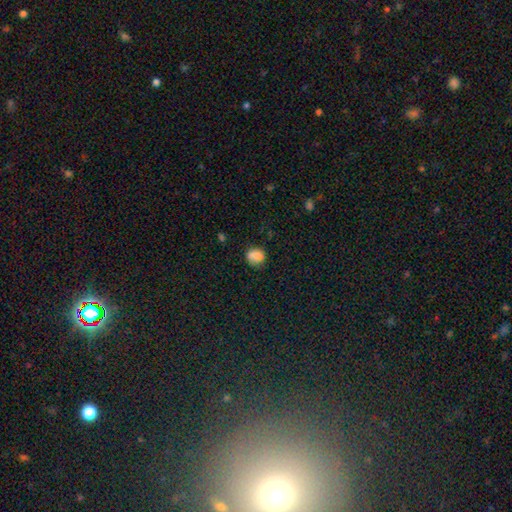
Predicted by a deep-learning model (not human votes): This appears to be a smooth galaxy with no disk features (82%) that is round (73%). Merging: none (65%).